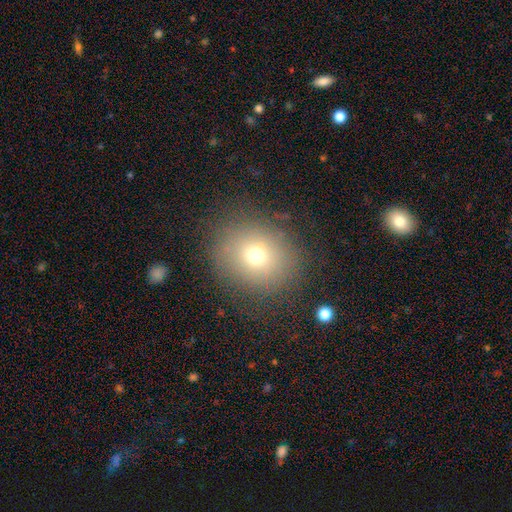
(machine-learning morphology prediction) smooth 68%, star or artifact 17%, featured or disk 15%. Down the decision tree: how rounded — round (78%); merging — none (82%).